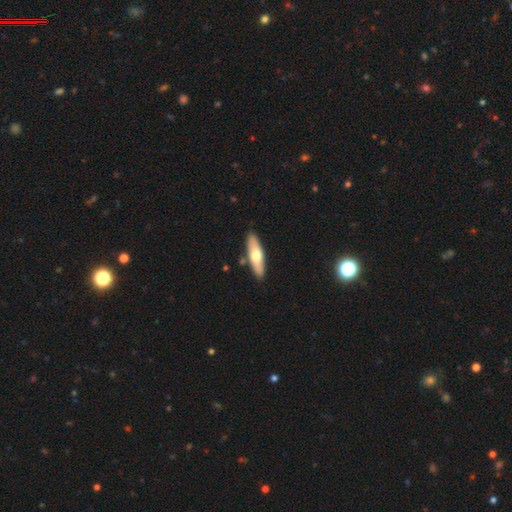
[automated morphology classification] A smooth galaxy with no disk features (57%) that is cigar-shaped (62%). Merging: none (86%).